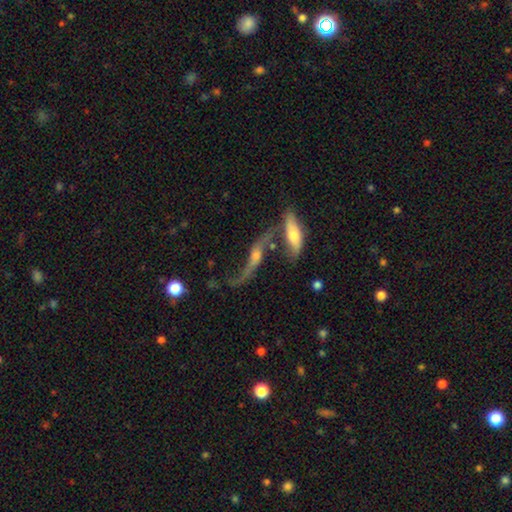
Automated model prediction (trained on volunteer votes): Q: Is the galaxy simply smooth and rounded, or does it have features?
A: featured or disk — 63%.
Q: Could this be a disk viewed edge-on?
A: yes — 52%.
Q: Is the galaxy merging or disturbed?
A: merger — 44%.